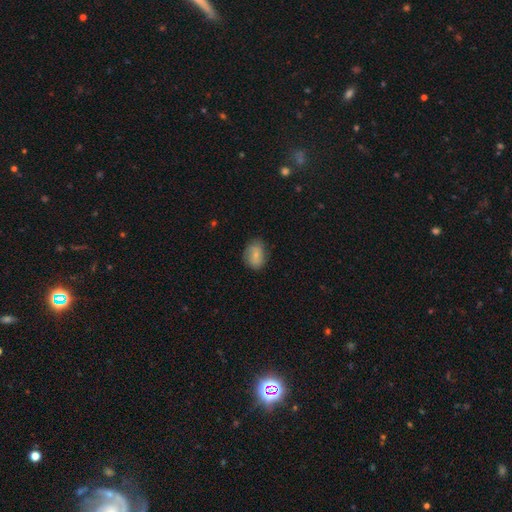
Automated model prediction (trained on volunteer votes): Smooth or featured: smooth — 73% (featured or disk — 20%)
How rounded: in between — 71% (round — 27%)
Merging: none — 77% (minor disturbance — 18%)